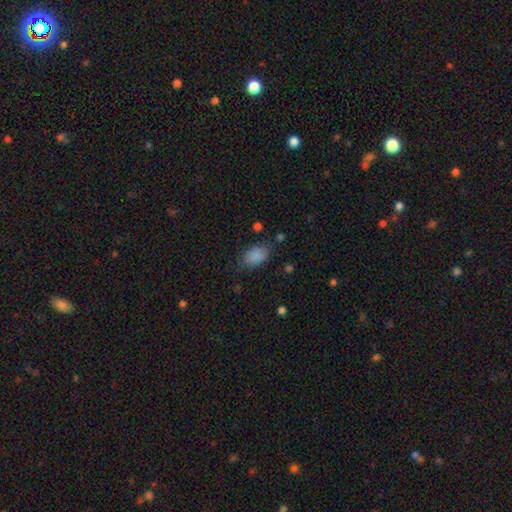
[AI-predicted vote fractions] Smooth or featured: smooth — 86% (star or artifact — 9%)
How rounded: in between — 87% (round — 11%)
Merging: none — 70% (minor disturbance — 21%)